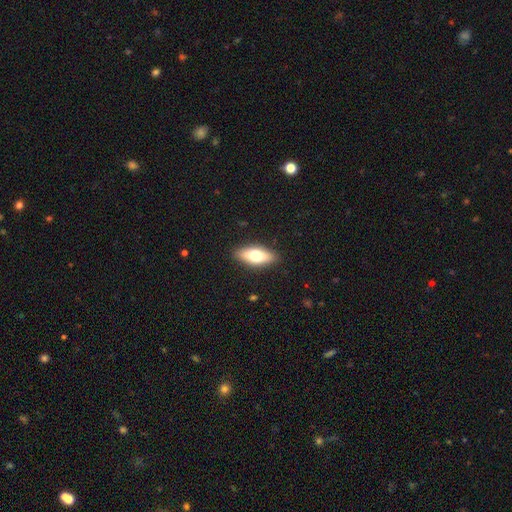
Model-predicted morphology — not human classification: A smooth galaxy with no disk features (65%) that is in between round and cigar-shaped (75%).

Vote fractions:
- Smooth or featured? smooth: 65% / featured or disk: 28% / star or artifact: 7%
- How rounded? in between: 75% / cigar-shaped: 22% / round: 3%
- Merging? none: 88% / minor disturbance: 9% / major disturbance: 2% / merger: 1%